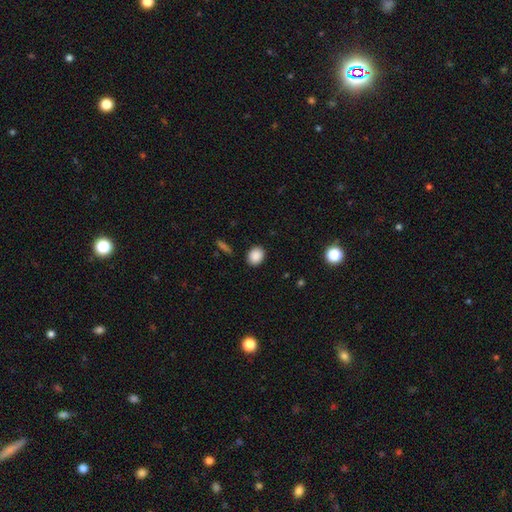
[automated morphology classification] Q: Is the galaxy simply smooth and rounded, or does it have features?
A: smooth — 88%.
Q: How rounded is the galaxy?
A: round — 51%.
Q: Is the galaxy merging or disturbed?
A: none — 89%.